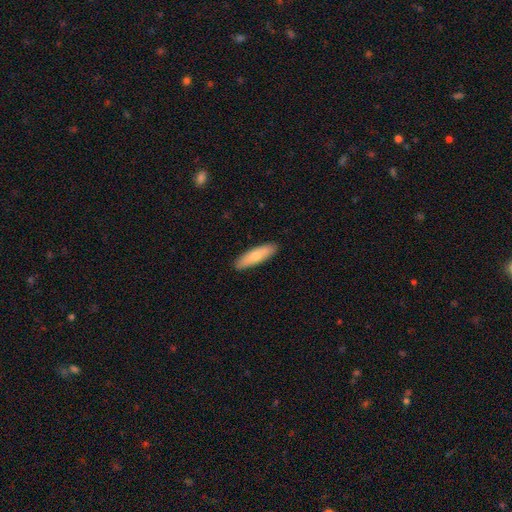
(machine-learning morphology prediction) Smooth or featured: smooth — 72% (featured or disk — 23%)
How rounded: cigar-shaped — 64% (in between — 34%)
Merging: none — 90% (minor disturbance — 8%)